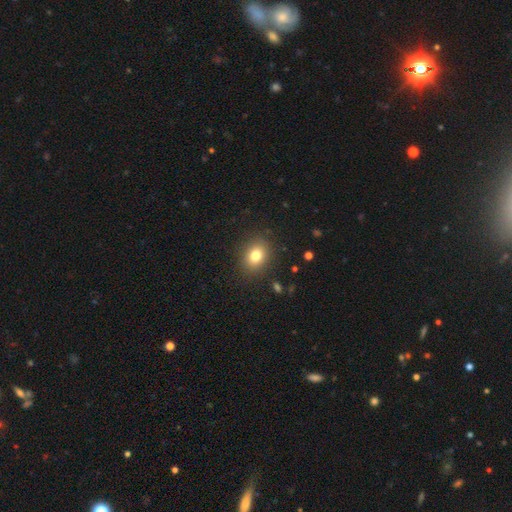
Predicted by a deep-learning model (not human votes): This is likely a smooth galaxy (80%). How rounded: possibly in between (52%). Merging: clearly none (87%).